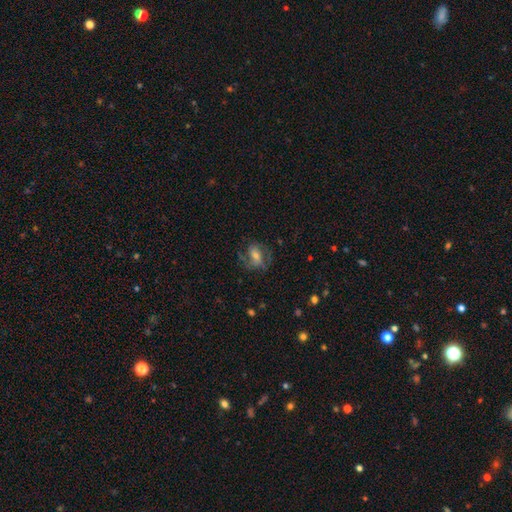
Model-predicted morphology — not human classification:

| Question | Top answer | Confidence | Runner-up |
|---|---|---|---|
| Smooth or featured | featured or disk | 61% | smooth (30%) |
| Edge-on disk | no | 95% | yes (5%) |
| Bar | no | 42% | weak (36%) |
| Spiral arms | yes | 80% | no (20%) |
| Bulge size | moderate | 47% | small (43%) |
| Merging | none | 56% | major disturbance (22%) |